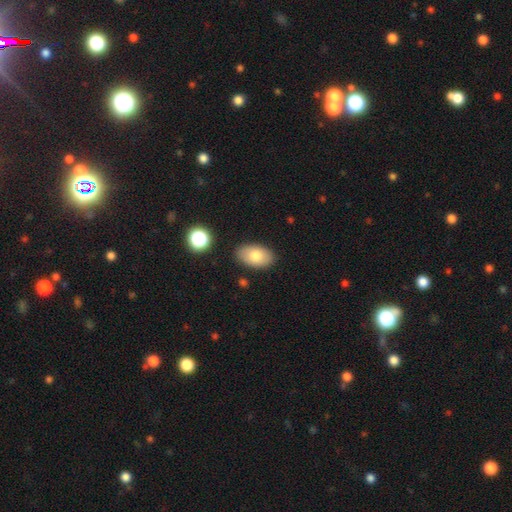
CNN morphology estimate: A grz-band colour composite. It shows a smooth galaxy with no disk features (76%) that is in between round and cigar-shaped (91%). Merging: none (85%).